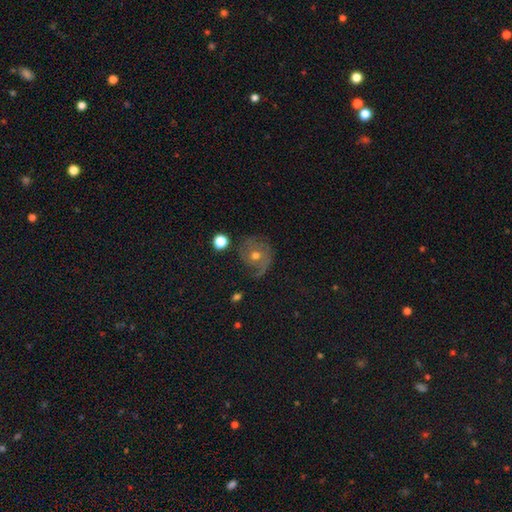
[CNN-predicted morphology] A featured or disk galaxy (59%) with no bar (79%), spiral arms (78%) and a moderate central bulge (69%).

Vote fractions:
- Smooth or featured? featured or disk: 59% / smooth: 30% / star or artifact: 11%
- Edge-on disk? no: 96% / yes: 4%
- Bar? no: 79% / weak: 17% / strong: 4%
- Spiral arms? yes: 78% / no: 22%
- Bulge size? moderate: 69% / small: 25% / large: 3% / none: 1% / dominant: 1%
- Merging? none: 58% / minor disturbance: 23% / major disturbance: 16% / merger: 3%